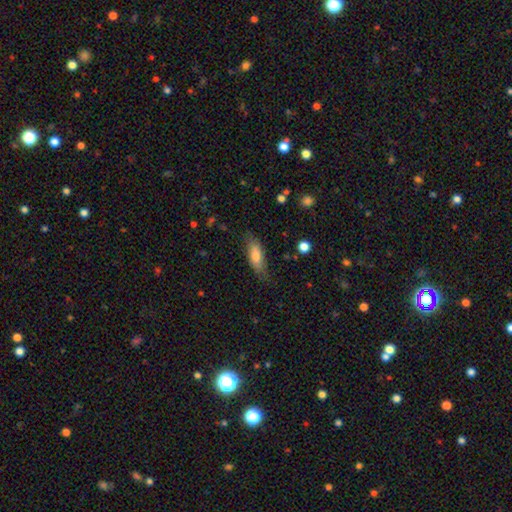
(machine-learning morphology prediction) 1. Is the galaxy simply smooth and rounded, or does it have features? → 74% smooth, 19% featured or disk, 7% star or artifact.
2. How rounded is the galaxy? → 62% in between, 36% cigar-shaped, 2% round.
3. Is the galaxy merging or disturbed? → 74% none, 20% minor disturbance, 5% major disturbance, 2% merger.